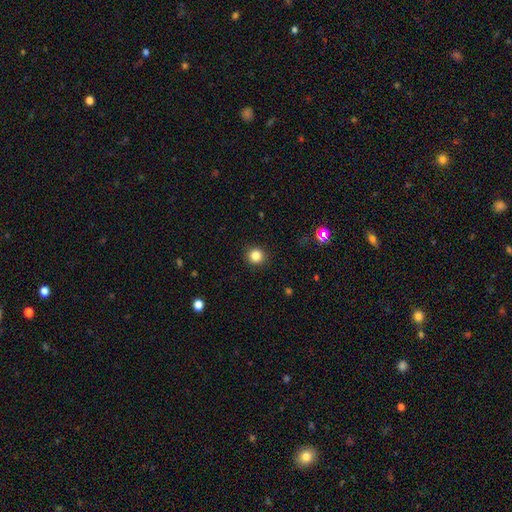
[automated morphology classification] The model was most divided on "smooth or featured": smooth: 84%, star or artifact: 12%, featured or disk: 4%. More confident: how rounded — round (92%); merging — none (91%).